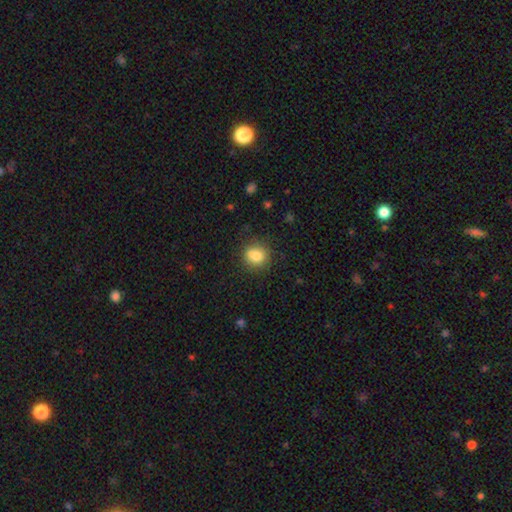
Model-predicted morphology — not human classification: Smooth or featured? Predicted: smooth (p=0.80). How rounded? Predicted: round (p=0.72). Merging? Predicted: none (p=0.68).